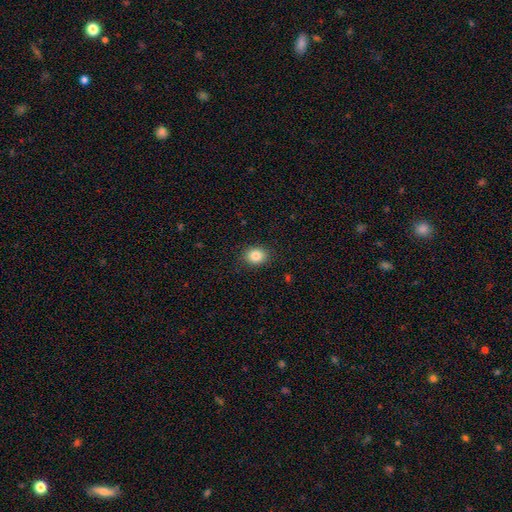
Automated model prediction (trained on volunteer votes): Overall: smooth (85%). How rounded: round (60%; in between 39%). Merging: none (87%).